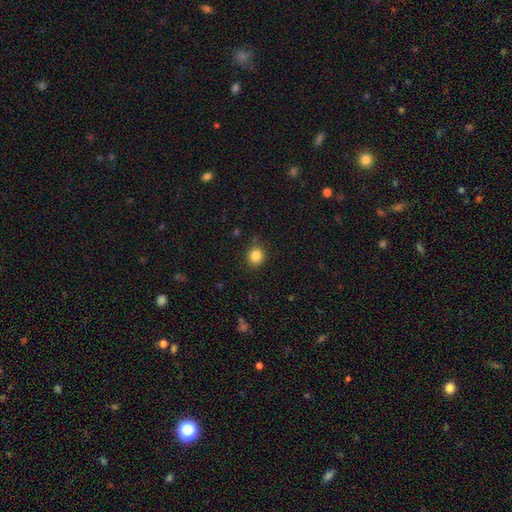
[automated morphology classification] smooth 85%, star or artifact 11%, featured or disk 5%. Down the decision tree: how rounded — round (78%); merging — none (85%).